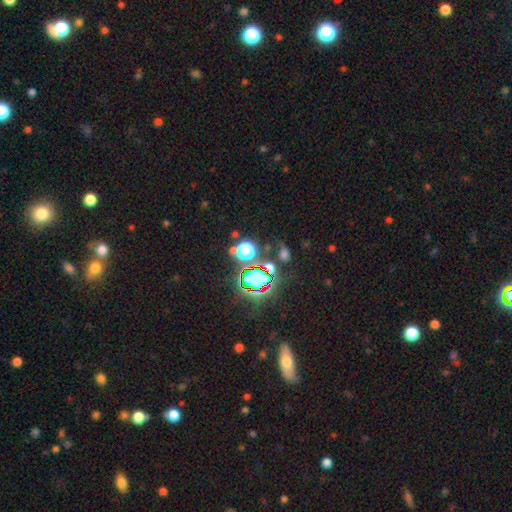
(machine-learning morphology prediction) Smooth or featured? Predicted: star or artifact (p=0.79).